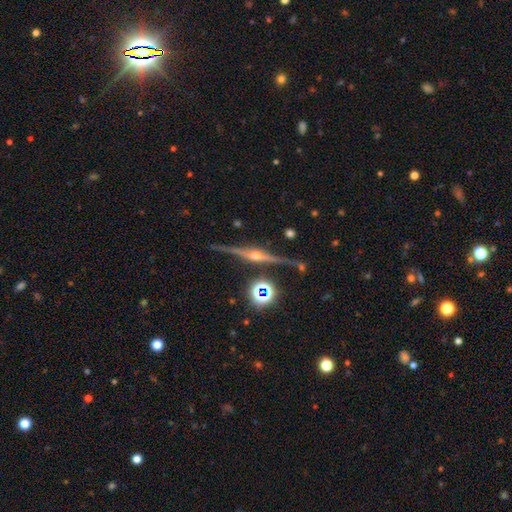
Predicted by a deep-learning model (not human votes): This is clearly a featured or disk galaxy (86%). It is clearly viewed edge-on (97%). Edge-on bulge: clearly rounded (93%). Merging: clearly none (85%).